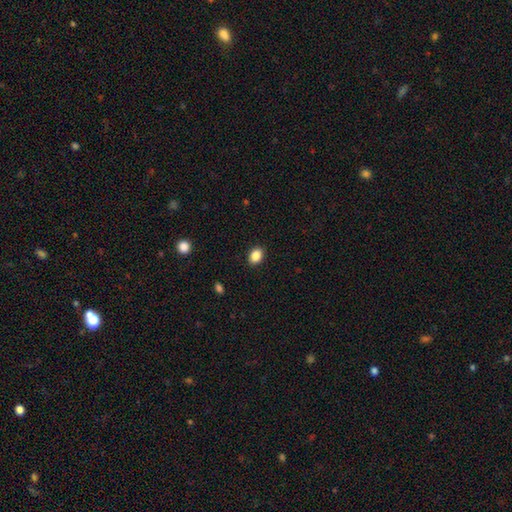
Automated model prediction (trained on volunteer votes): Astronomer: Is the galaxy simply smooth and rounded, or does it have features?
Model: smooth — 87%.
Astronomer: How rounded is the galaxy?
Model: in between — 66%.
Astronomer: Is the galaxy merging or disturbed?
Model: none — 90%.